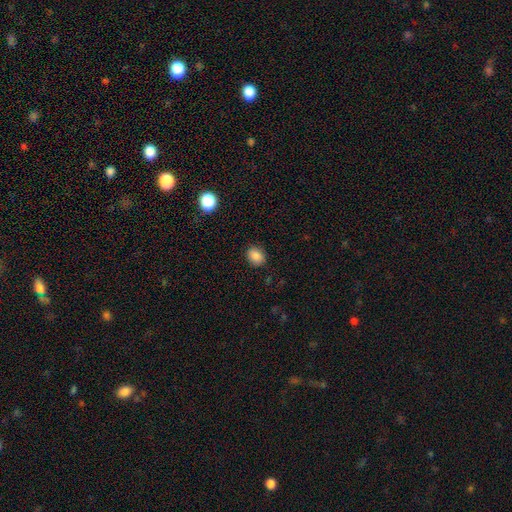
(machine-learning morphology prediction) Smooth or featured?
  - smooth: 87% *
  - star or artifact: 10%
  - featured or disk: 4%
How rounded?
  - in between: 56% *
  - round: 43%
  - cigar-shaped: 1%
Merging?
  - none: 87% *
  - minor disturbance: 10%
  - major disturbance: 2%
  - merger: 1%